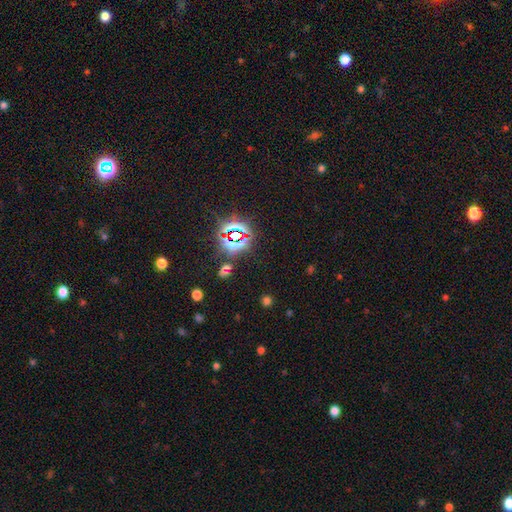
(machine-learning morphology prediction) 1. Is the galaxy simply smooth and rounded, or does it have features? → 79% star or artifact, 13% smooth, 8% featured or disk.